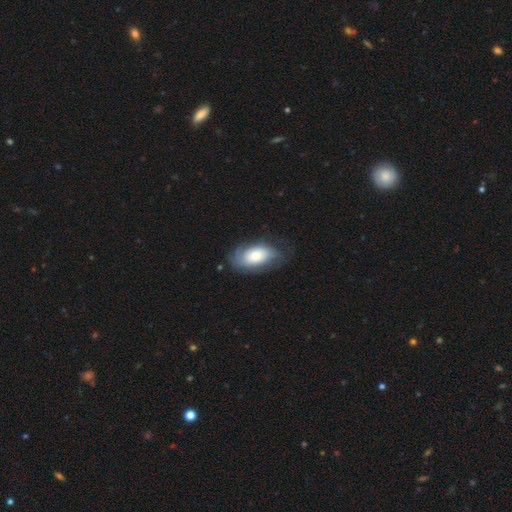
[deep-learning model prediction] This appears to be a smooth galaxy with no disk features (47%). Merging: none (63%).